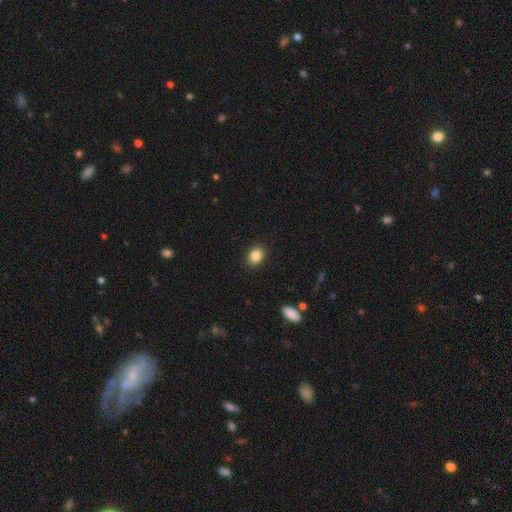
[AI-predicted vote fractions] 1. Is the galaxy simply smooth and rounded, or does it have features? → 85% smooth, 9% star or artifact, 5% featured or disk.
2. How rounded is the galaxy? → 55% in between, 44% round, 1% cigar-shaped.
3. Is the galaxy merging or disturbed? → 89% none, 8% minor disturbance, 2% major disturbance, 1% merger.